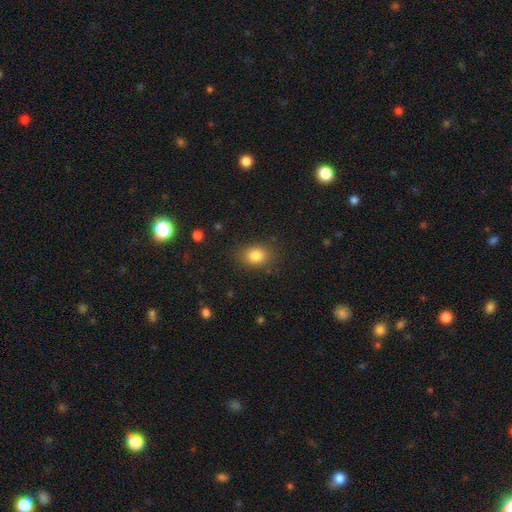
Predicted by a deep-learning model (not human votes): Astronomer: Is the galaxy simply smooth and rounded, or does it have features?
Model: smooth — 83%.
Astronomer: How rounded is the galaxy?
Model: in between — 60% (runner-up: round, 39%).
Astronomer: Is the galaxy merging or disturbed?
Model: none — 84%.